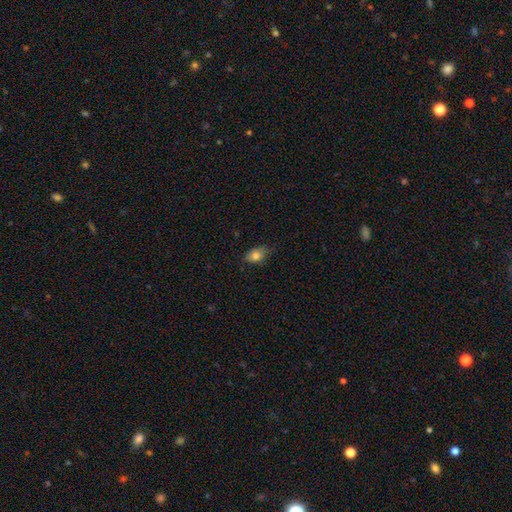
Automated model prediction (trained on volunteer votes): A smooth galaxy with no disk features (80%) that is in between round and cigar-shaped (78%). Merging: none (66%).